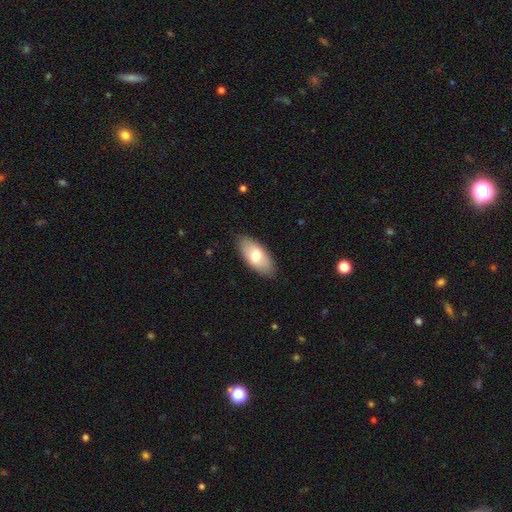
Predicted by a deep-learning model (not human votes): Smooth or featured? smooth (70%)
How rounded? in between (91%)
Merging? none (86%)